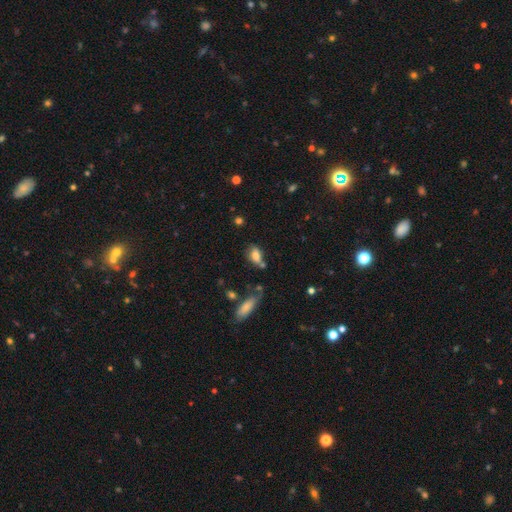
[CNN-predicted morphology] A smooth galaxy with no disk features (76%) that is in between round and cigar-shaped (81%). Merging: none (52%).